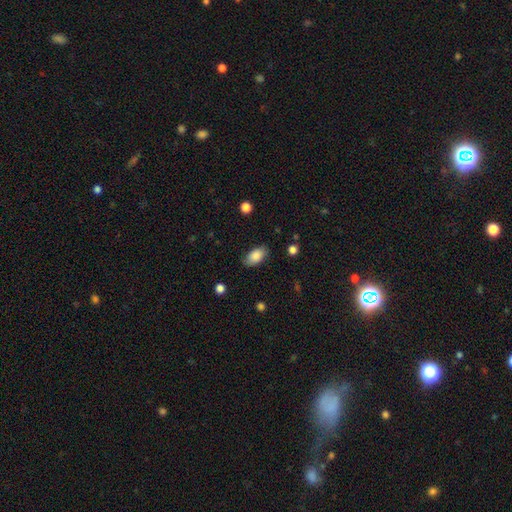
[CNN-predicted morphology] This appears to be a smooth galaxy with no disk features (86%) that is in between round and cigar-shaped (93%). Merging: none (83%).